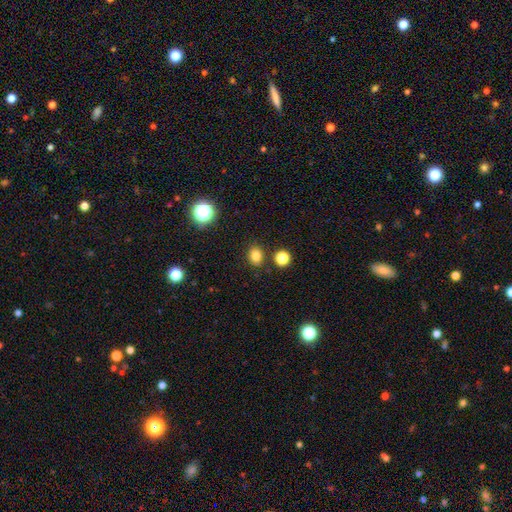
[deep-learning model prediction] A smooth galaxy with no disk features (81%) that is round (50%).

Vote fractions:
- Smooth or featured? smooth: 81% / star or artifact: 14% / featured or disk: 5%
- How rounded? round: 50% / in between: 49% / cigar-shaped: 1%
- Merging? none: 83% / minor disturbance: 9% / merger: 5% / major disturbance: 3%